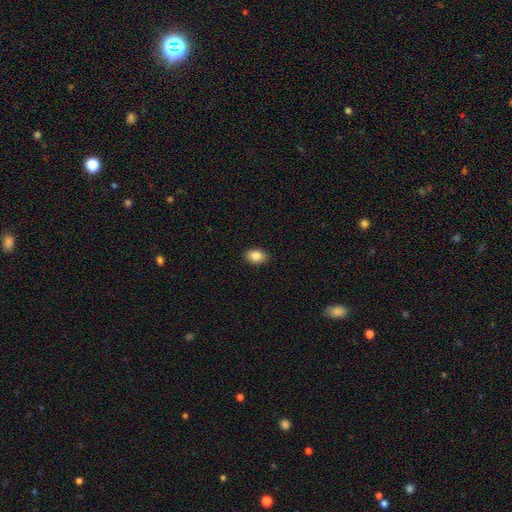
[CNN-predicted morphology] A smooth galaxy with no disk features (87%) that is in between round and cigar-shaped (79%). Merging: none (89%).